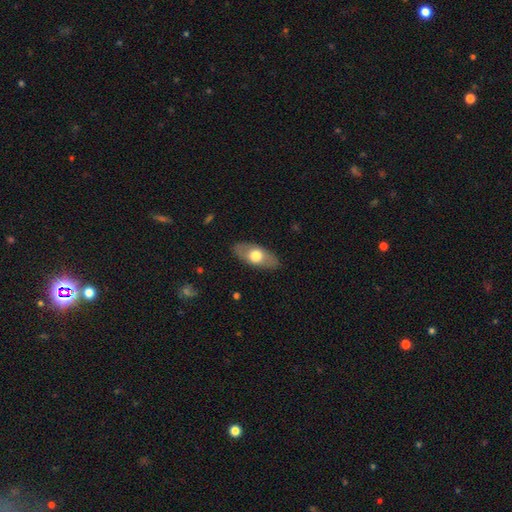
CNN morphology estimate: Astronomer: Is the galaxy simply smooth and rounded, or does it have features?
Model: smooth — 58% (runner-up: featured or disk, 37%).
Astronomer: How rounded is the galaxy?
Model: in between — 87%.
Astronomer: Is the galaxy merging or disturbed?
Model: none — 86%.